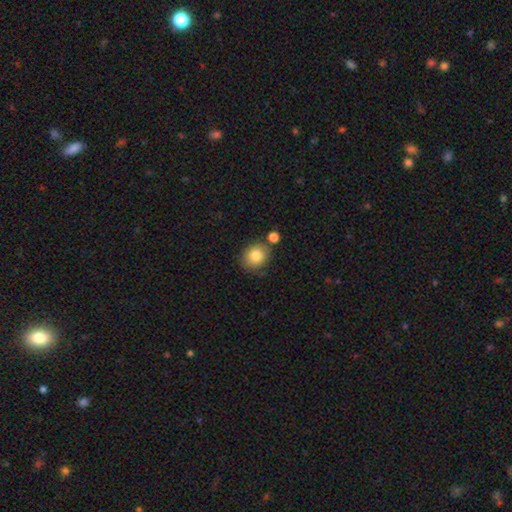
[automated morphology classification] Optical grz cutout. It shows a smooth galaxy with no disk features (83%) that is round (68%). Merging: none (73%).